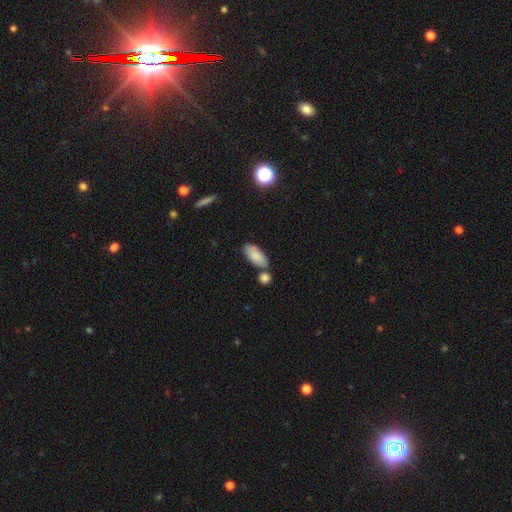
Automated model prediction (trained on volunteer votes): Smooth or featured?
  - smooth: 84% *
  - featured or disk: 9%
  - star or artifact: 6%
How rounded?
  - in between: 88% *
  - cigar-shaped: 10%
  - round: 2%
Merging?
  - none: 66% *
  - merger: 16%
  - minor disturbance: 14%
  - major disturbance: 3%